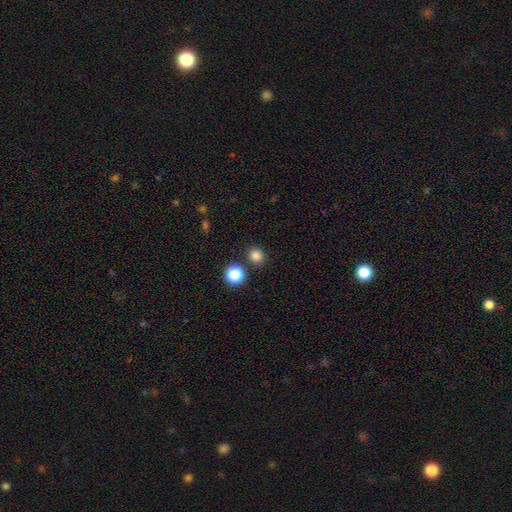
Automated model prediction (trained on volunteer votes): Overall: smooth (82%). How rounded: round (83%). Merging: none (85%).